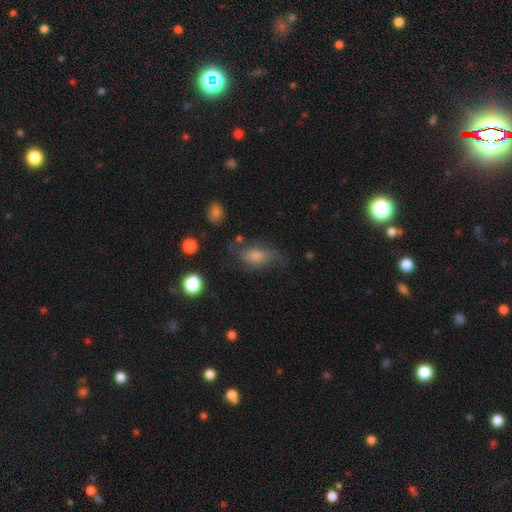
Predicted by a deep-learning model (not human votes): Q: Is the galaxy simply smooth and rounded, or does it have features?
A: smooth — 51%.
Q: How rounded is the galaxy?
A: in between — 79%.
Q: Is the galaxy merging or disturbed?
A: none — 52%.